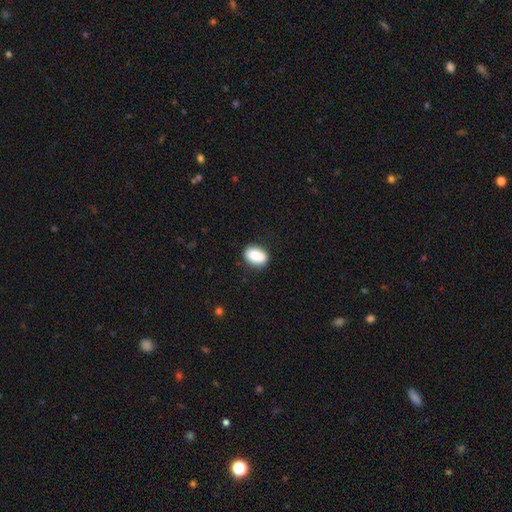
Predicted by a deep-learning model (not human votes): Smooth or featured?
  - smooth: 88% *
  - star or artifact: 7%
  - featured or disk: 5%
How rounded?
  - in between: 84% *
  - round: 15%
  - cigar-shaped: 1%
Merging?
  - none: 81% *
  - minor disturbance: 14%
  - major disturbance: 3%
  - merger: 2%